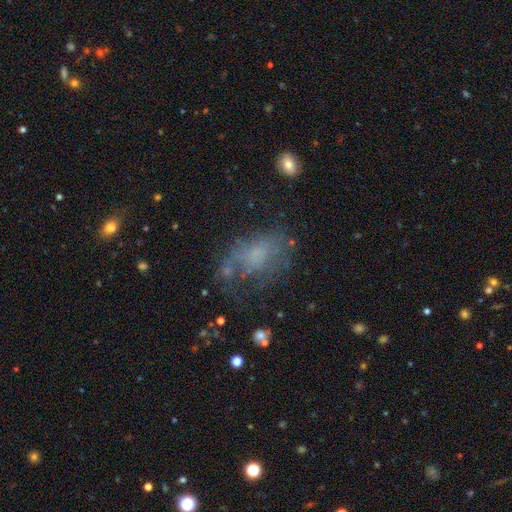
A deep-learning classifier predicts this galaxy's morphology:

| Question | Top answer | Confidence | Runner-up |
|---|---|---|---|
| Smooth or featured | smooth | 43% | featured or disk (37%) |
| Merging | none | 41% | major disturbance (29%) |